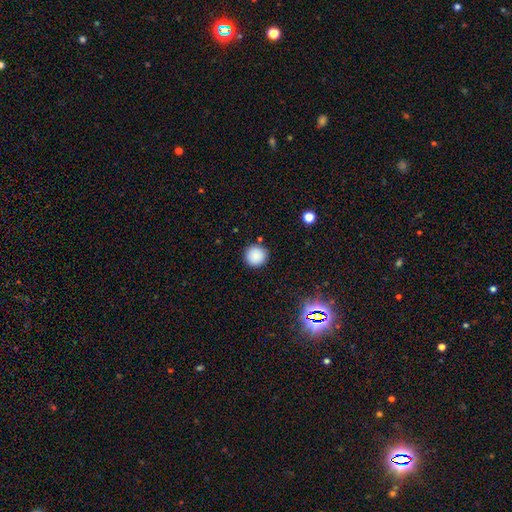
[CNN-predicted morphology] Overall: smooth (86%). How rounded: round (95%). Merging: none (88%).